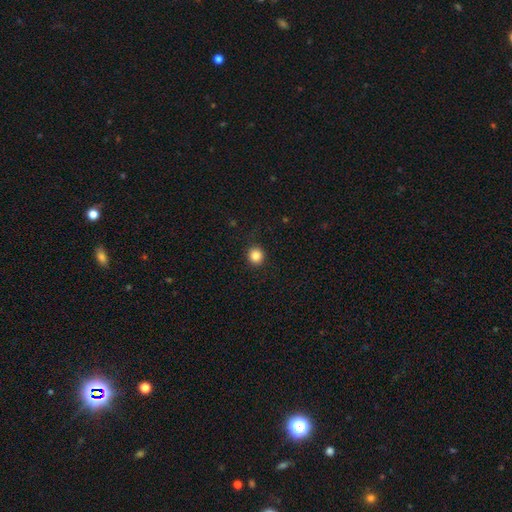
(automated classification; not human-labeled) smooth 85%, star or artifact 11%, featured or disk 4%. Down the decision tree: how rounded — round (92%); merging — none (91%).